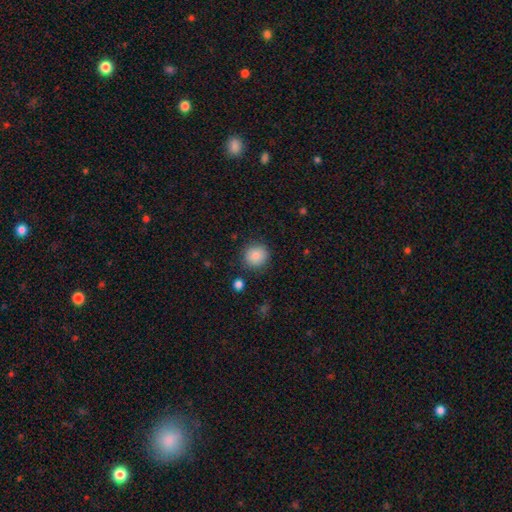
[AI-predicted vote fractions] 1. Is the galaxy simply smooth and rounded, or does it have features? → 83% smooth, 10% star or artifact, 7% featured or disk.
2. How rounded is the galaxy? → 91% round, 8% in between, 1% cigar-shaped.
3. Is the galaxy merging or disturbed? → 87% none, 9% minor disturbance, 3% major disturbance, 2% merger.